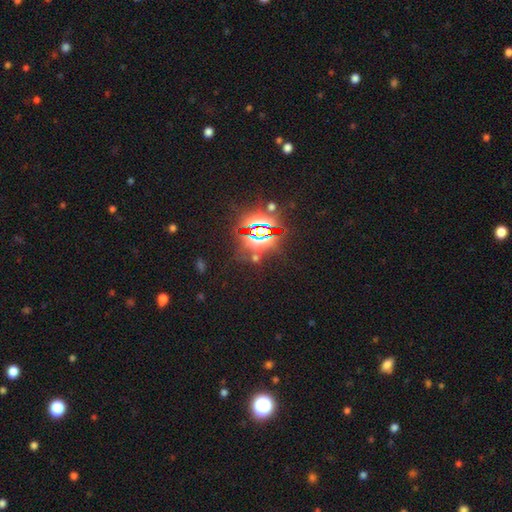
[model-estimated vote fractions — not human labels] smooth_or_featured: star or artifact (p=0.84) [alt: smooth p=0.08]